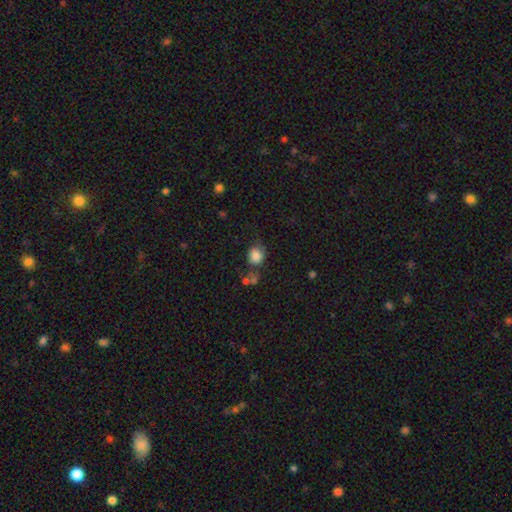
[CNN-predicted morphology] Smooth or featured?
  - smooth: 83% *
  - star or artifact: 10%
  - featured or disk: 7%
How rounded?
  - round: 70% *
  - in between: 29%
  - cigar-shaped: 1%
Merging?
  - none: 56% *
  - minor disturbance: 23%
  - major disturbance: 11%
  - merger: 10%